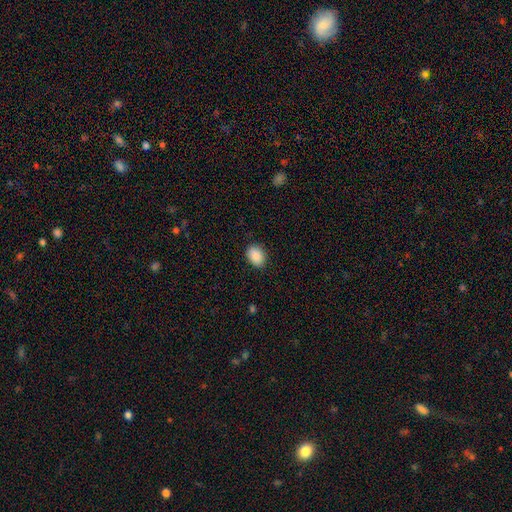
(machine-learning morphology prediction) smooth 90%, star or artifact 7%, featured or disk 3%. Down the decision tree: how rounded — in between (76%); merging — none (88%).